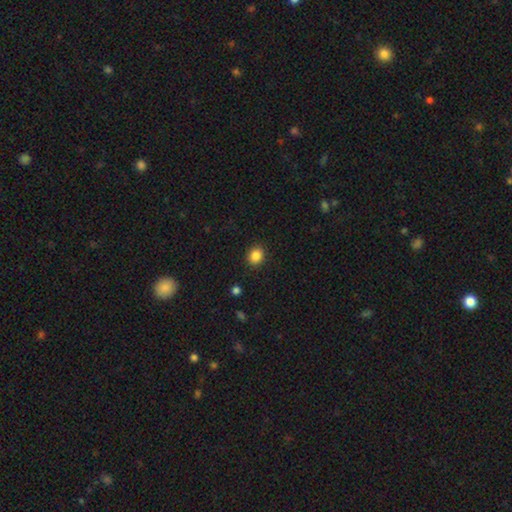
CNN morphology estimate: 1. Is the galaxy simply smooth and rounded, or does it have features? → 86% smooth, 10% star or artifact, 4% featured or disk.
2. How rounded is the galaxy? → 66% round, 33% in between, 1% cigar-shaped.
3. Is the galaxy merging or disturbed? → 90% none, 7% minor disturbance, 2% major disturbance, 1% merger.